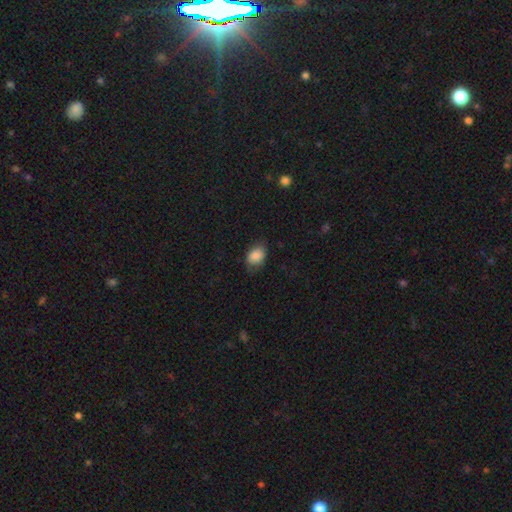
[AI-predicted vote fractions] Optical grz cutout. It shows a smooth galaxy with no disk features (85%) that is in between round and cigar-shaped (75%). Merging: none (71%).